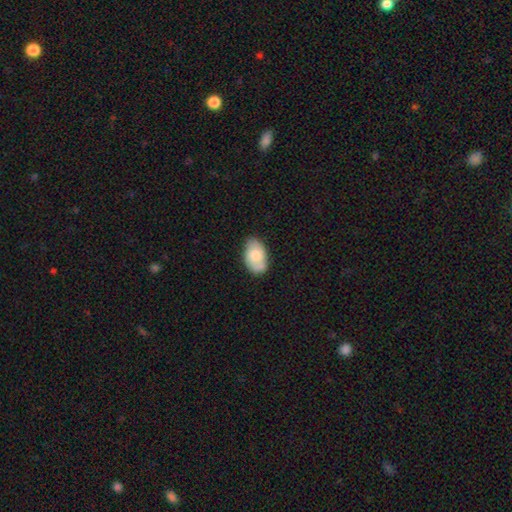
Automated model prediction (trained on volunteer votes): Q: Smooth or featured?
A: smooth (70%); runner-up: featured or disk (24%)
Q: How rounded?
A: in between (91%); runner-up: round (8%)
Q: Merging?
A: none (68%); runner-up: minor disturbance (23%)